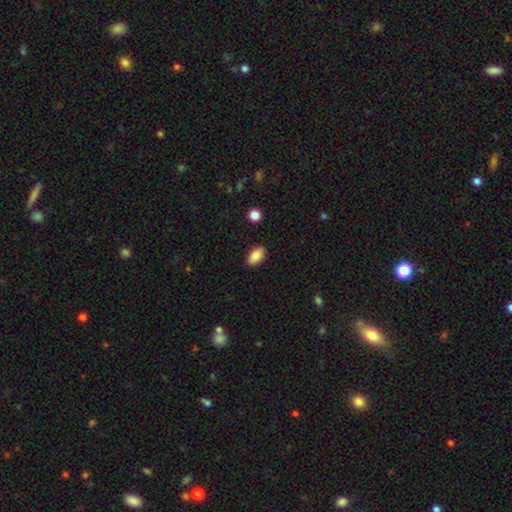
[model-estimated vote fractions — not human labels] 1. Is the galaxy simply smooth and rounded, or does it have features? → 88% smooth, 8% star or artifact, 5% featured or disk.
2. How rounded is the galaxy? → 92% in between, 6% round, 2% cigar-shaped.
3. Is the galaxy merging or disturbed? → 87% none, 9% minor disturbance, 2% major disturbance, 1% merger.